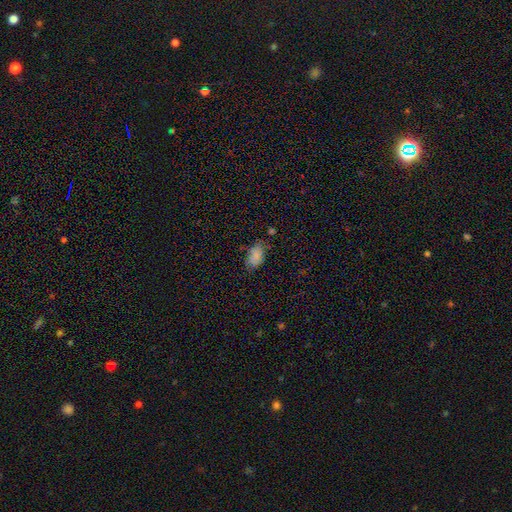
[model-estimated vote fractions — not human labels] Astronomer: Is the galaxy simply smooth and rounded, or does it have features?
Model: smooth — 79%.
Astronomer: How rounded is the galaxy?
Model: in between — 92%.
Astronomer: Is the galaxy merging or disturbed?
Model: none — 65%.